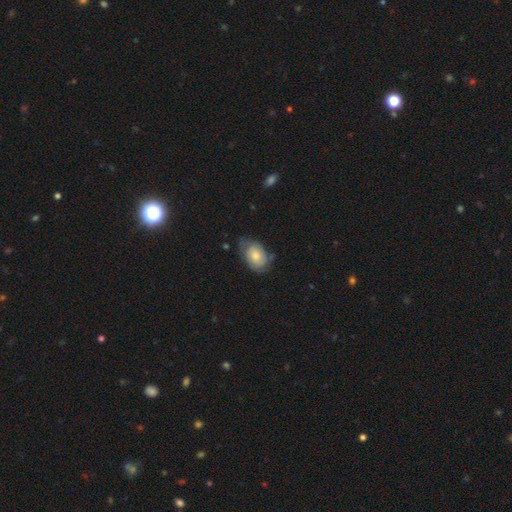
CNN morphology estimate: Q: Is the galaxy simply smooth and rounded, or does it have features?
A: smooth — 62%.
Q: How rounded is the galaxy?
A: in between — 84%.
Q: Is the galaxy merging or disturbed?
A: none — 55%.